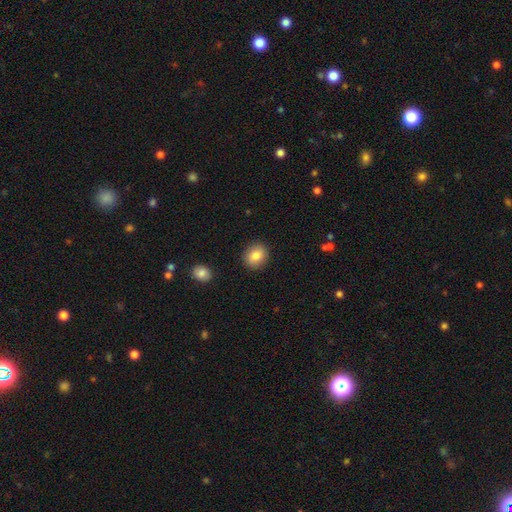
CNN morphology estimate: Smooth or featured?
  - smooth: 83% *
  - featured or disk: 8%
  - star or artifact: 8%
How rounded?
  - round: 67% *
  - in between: 32%
  - cigar-shaped: 1%
Merging?
  - none: 89% *
  - minor disturbance: 7%
  - major disturbance: 2%
  - merger: 1%